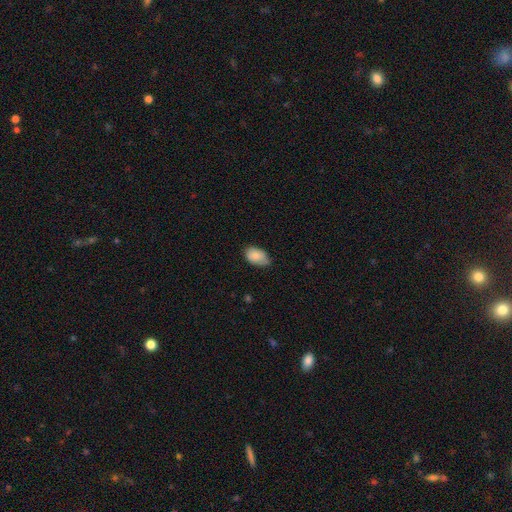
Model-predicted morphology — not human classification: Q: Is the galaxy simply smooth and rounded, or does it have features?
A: smooth — 83%.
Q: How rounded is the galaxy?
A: in between — 91%.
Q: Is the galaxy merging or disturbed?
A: none — 61%.